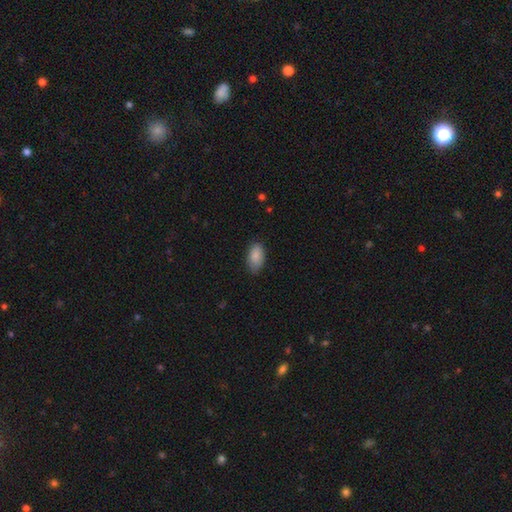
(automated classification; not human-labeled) Overall: smooth (87%). How rounded: in between (93%). Merging: none (78%).